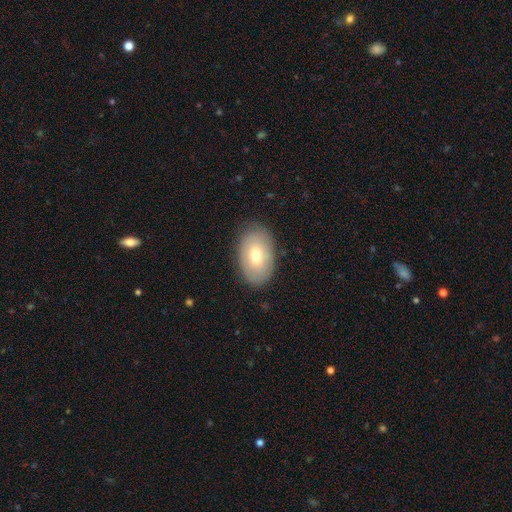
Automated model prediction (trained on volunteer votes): Smooth or featured? smooth (67%)
How rounded? in between (89%)
Merging? none (84%)